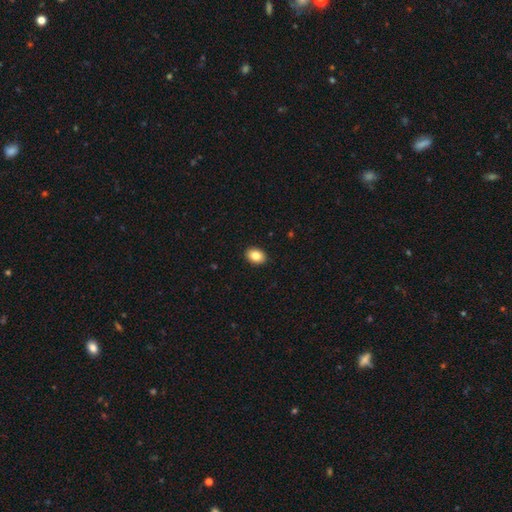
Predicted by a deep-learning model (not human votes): This appears to be a smooth galaxy with no disk features (85%) that is in between round and cigar-shaped (76%). Merging: none (91%).